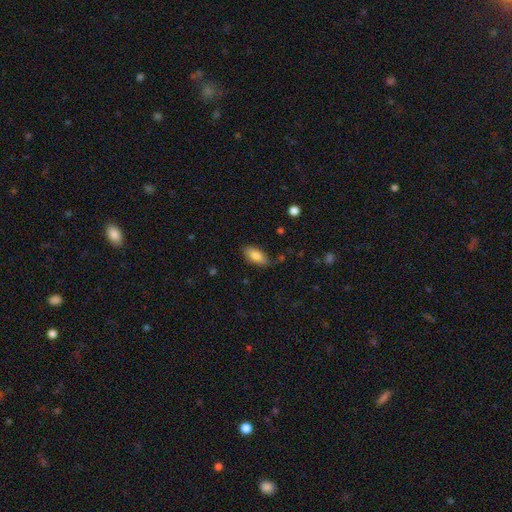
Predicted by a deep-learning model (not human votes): Q: Smooth or featured?
A: smooth (83%); runner-up: featured or disk (10%)
Q: How rounded?
A: in between (88%); runner-up: cigar-shaped (9%)
Q: Merging?
A: none (78%); runner-up: minor disturbance (17%)